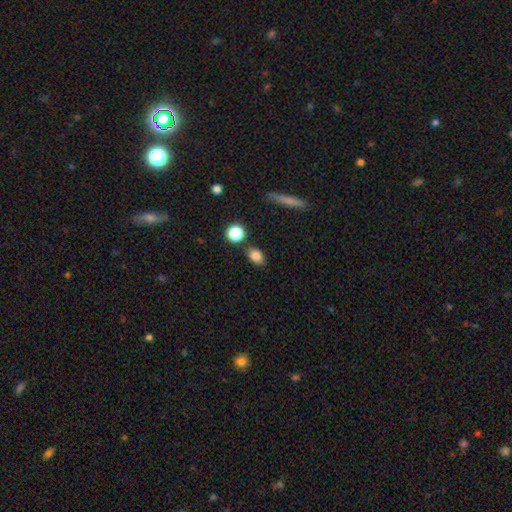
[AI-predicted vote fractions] Smooth or featured? Predicted: smooth (p=0.82). How rounded? Predicted: in between (p=0.73). Merging? Predicted: none (p=0.78).